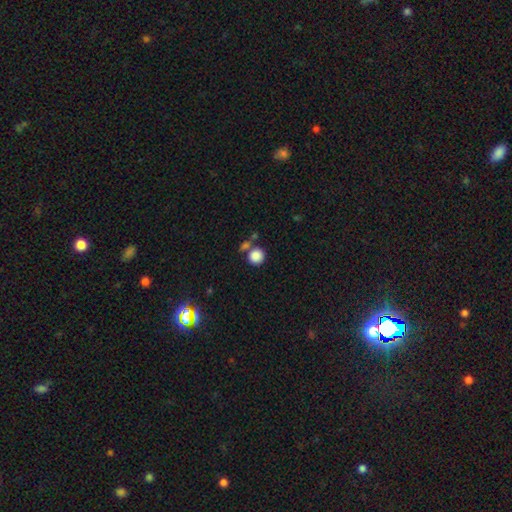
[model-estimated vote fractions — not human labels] A smooth galaxy with no disk features (86%) that is round (90%).

Vote fractions:
- Smooth or featured? smooth: 86% / star or artifact: 10% / featured or disk: 5%
- How rounded? round: 90% / in between: 9% / cigar-shaped: 1%
- Merging? none: 65% / merger: 21% / minor disturbance: 10% / major disturbance: 4%